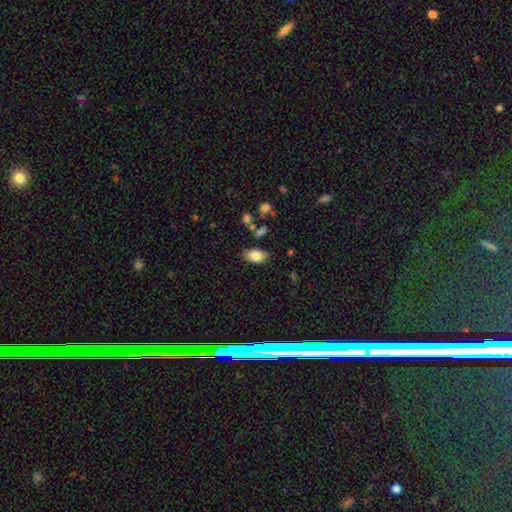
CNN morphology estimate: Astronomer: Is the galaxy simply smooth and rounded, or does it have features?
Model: smooth — 80%.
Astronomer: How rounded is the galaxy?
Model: in between — 92%.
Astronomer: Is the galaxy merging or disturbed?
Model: none — 81%.